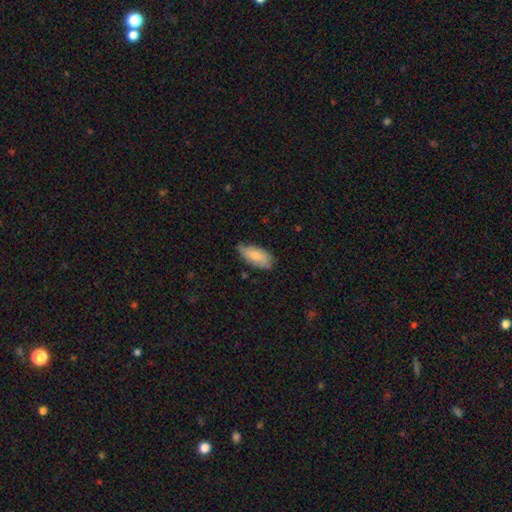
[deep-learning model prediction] Smooth or featured?
  - smooth: 81% *
  - featured or disk: 14%
  - star or artifact: 6%
How rounded?
  - in between: 89% *
  - cigar-shaped: 9%
  - round: 2%
Merging?
  - none: 62% *
  - minor disturbance: 32%
  - major disturbance: 5%
  - merger: 2%